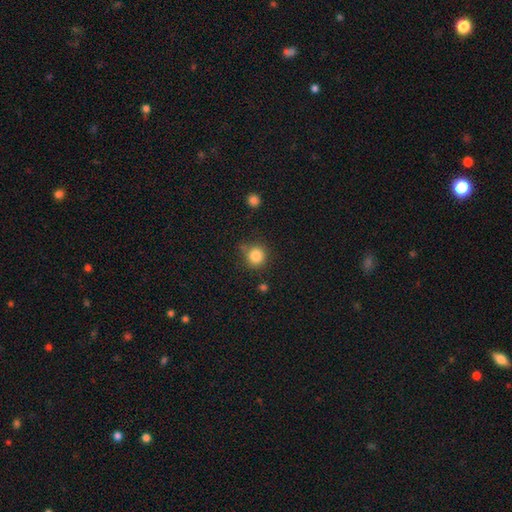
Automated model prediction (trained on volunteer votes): Smooth or featured: smooth — 84% (star or artifact — 11%)
How rounded: round — 92% (in between — 7%)
Merging: none — 74% (minor disturbance — 16%)